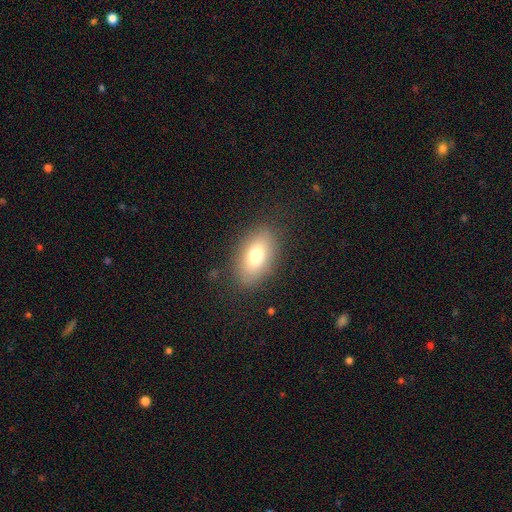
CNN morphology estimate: A smooth galaxy with no disk features (75%) that is in between round and cigar-shaped (90%).

Vote fractions:
- Smooth or featured? smooth: 75% / featured or disk: 15% / star or artifact: 9%
- How rounded? in between: 90% / round: 8% / cigar-shaped: 3%
- Merging? none: 84% / minor disturbance: 11% / major disturbance: 4% / merger: 1%